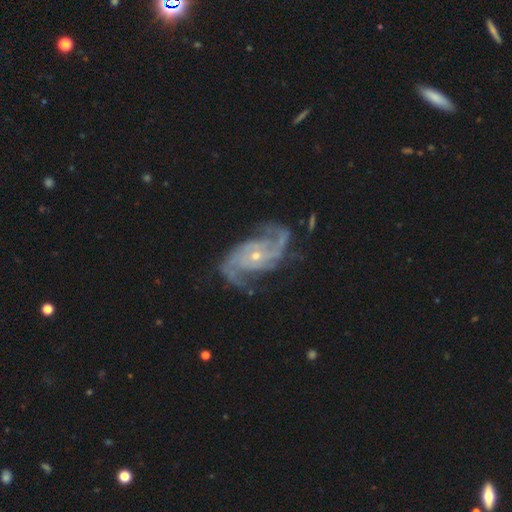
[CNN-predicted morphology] A featured or disk galaxy (91%) with no bar (63%), 2 (57%) medium (50%) spiral arms (98%) and a small central bulge (69%).

Vote fractions:
- Smooth or featured? featured or disk: 91% / star or artifact: 5% / smooth: 4%
- Edge-on disk? no: 97% / yes: 3%
- Bar? no: 63% / weak: 27% / strong: 10%
- Spiral arms? yes: 98% / no: 2%
- Spiral winding? medium: 50% / tight: 26% / loose: 24%
- Spiral arm count? 2: 57% / 3: 20% / can't tell: 9% / 4: 6% / 1: 4% / more than 4: 4%
- Bulge size? small: 69% / moderate: 28% / large: 1% / none: 1% / dominant: 1%
- Merging? none: 66% / minor disturbance: 20% / major disturbance: 12% / merger: 2%